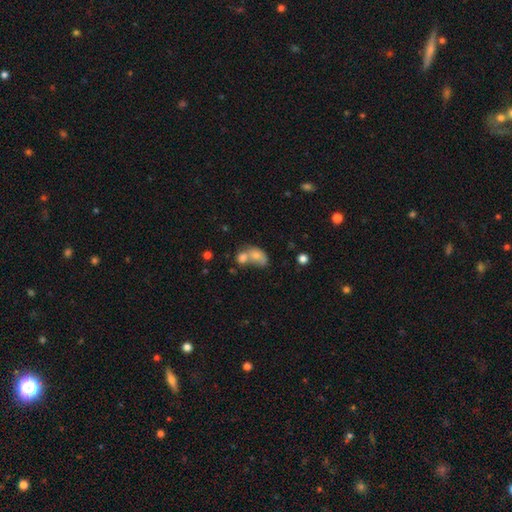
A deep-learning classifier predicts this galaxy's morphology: Smooth or featured? smooth (71%)
How rounded? in between (73%)
Merging? merger (67%)